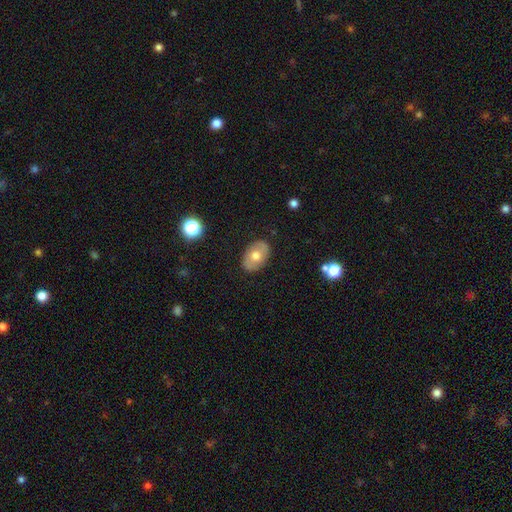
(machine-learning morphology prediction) smooth_or_featured: smooth (p=0.57) [alt: featured or disk p=0.36]
how_rounded: in between (p=0.83) [alt: round p=0.16]
merging: none (p=0.85) [alt: minor disturbance p=0.11]